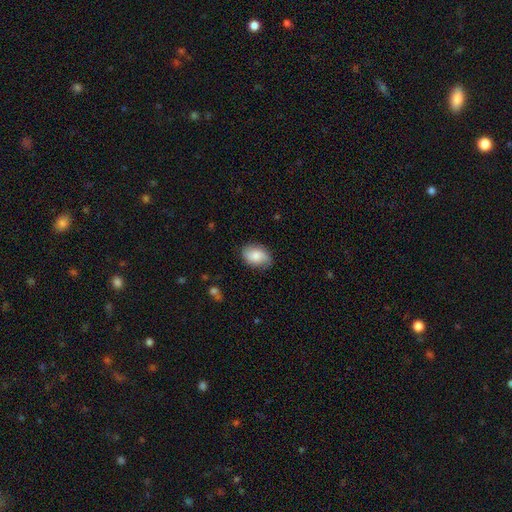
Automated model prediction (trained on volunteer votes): Smooth or featured? smooth (78%)
How rounded? in between (84%)
Merging? none (76%)